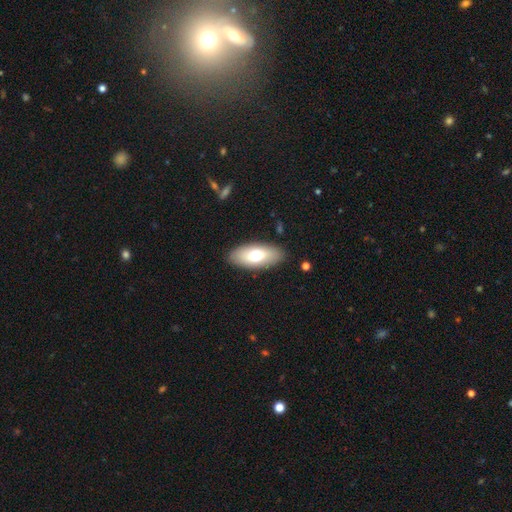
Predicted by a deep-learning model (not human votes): Smooth or featured?
  - smooth: 70% *
  - featured or disk: 24%
  - star or artifact: 6%
How rounded?
  - in between: 88% *
  - cigar-shaped: 9%
  - round: 2%
Merging?
  - none: 87% *
  - minor disturbance: 9%
  - major disturbance: 2%
  - merger: 1%